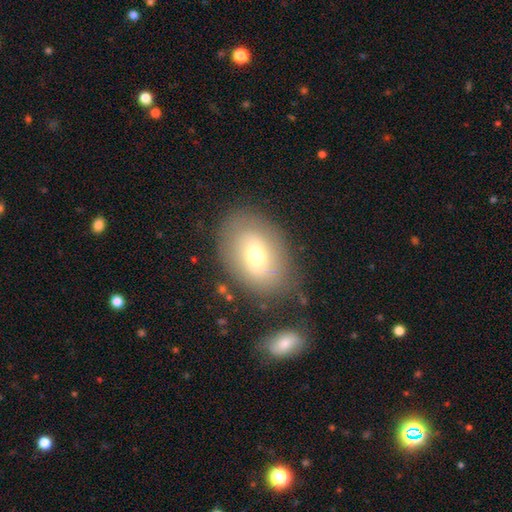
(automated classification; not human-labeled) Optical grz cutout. It shows a smooth galaxy with no disk features (62%) that is in between round and cigar-shaped (81%). Merging: none (75%).